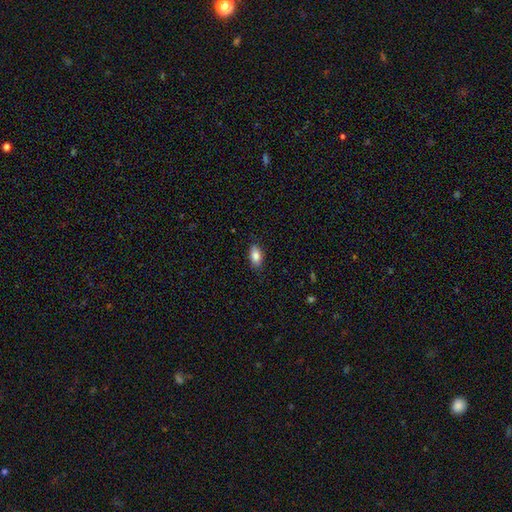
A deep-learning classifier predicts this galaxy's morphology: Q: Smooth or featured?
A: smooth (85%); runner-up: featured or disk (8%)
Q: How rounded?
A: in between (90%); runner-up: cigar-shaped (6%)
Q: Merging?
A: none (86%); runner-up: minor disturbance (11%)